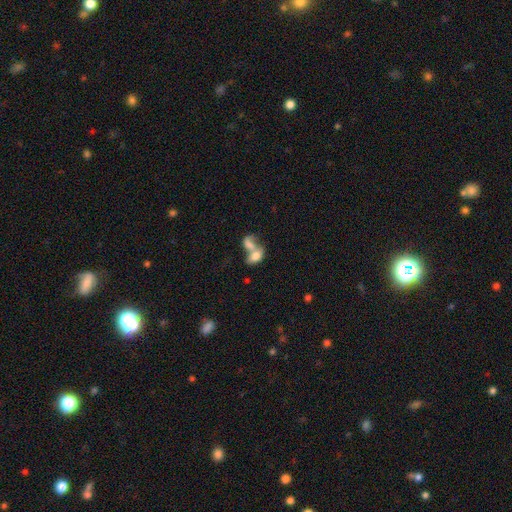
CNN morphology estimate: A smooth galaxy with no disk features (67%) that is in between round and cigar-shaped (84%). Merging: merger (73%).